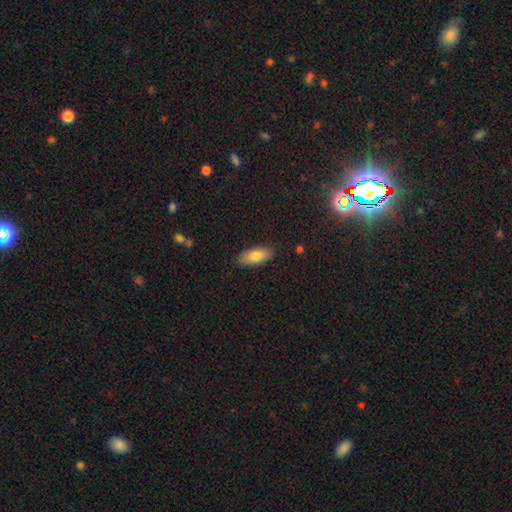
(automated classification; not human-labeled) Smooth or featured: smooth — 81% (featured or disk — 13%)
How rounded: in between — 83% (cigar-shaped — 15%)
Merging: none — 87% (minor disturbance — 10%)